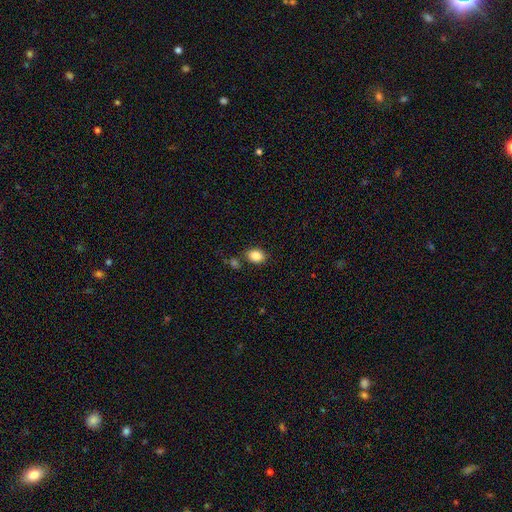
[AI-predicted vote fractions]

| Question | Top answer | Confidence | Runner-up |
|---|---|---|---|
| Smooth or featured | smooth | 85% | star or artifact (9%) |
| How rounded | in between | 66% | round (33%) |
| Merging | none | 81% | minor disturbance (10%) |